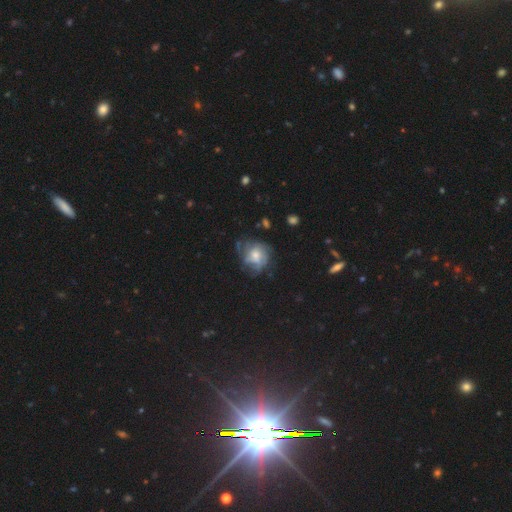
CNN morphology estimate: Smooth or featured?
  - featured or disk: 59% *
  - smooth: 31%
  - star or artifact: 10%
Edge-on disk?
  - no: 97% *
  - yes: 3%
Bar?
  - no: 72% *
  - weak: 24%
  - strong: 4%
Spiral arms?
  - yes: 76% *
  - no: 24%
Bulge size?
  - moderate: 53% *
  - small: 27%
  - large: 14%
  - none: 5%
  - dominant: 2%
Merging?
  - none: 57% *
  - minor disturbance: 23%
  - major disturbance: 18%
  - merger: 2%